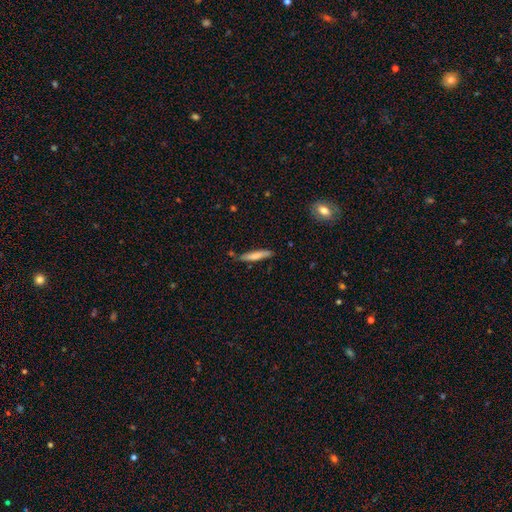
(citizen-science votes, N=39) Overall: smooth (82%). How rounded: cigar-shaped (94%). Merging: none (83%).